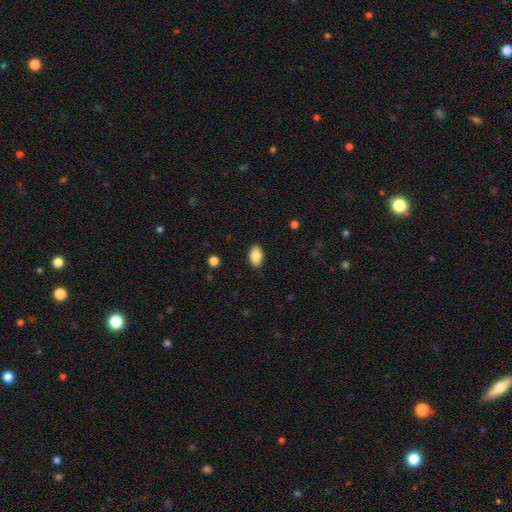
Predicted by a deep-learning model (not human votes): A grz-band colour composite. It shows a smooth galaxy with no disk features (86%) that is in between round and cigar-shaped (92%). Merging: none (89%).